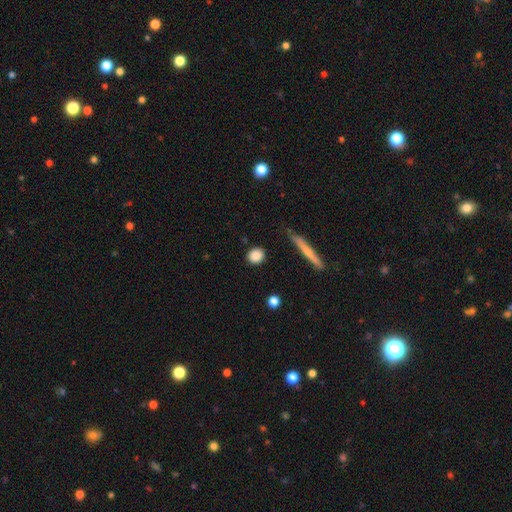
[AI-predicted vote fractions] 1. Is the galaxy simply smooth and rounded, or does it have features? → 86% smooth, 8% star or artifact, 6% featured or disk.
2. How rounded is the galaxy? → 74% round, 22% in between, 5% cigar-shaped.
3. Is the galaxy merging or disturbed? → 86% none, 9% minor disturbance, 3% major disturbance, 2% merger.